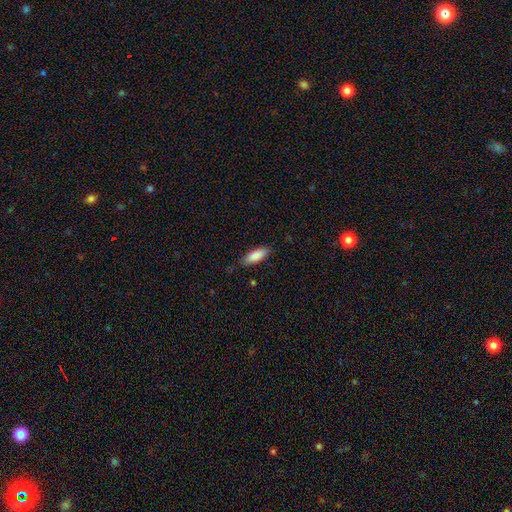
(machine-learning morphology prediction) A smooth galaxy with no disk features (87%) that is in between round and cigar-shaped (72%). Merging: none (79%).